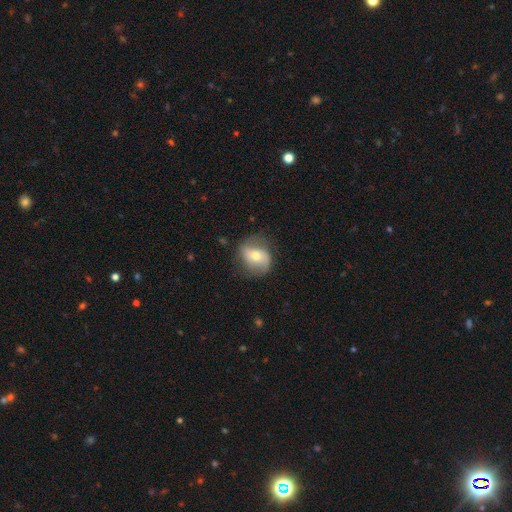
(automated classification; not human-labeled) A featured or disk galaxy (53%) with no bar (48%), spiral arms (79%) and a moderate central bulge (58%).

Vote fractions:
- Smooth or featured? featured or disk: 53% / smooth: 39% / star or artifact: 7%
- Edge-on disk? no: 95% / yes: 5%
- Bar? no: 48% / weak: 32% / strong: 19%
- Spiral arms? yes: 79% / no: 21%
- Bulge size? moderate: 58% / small: 35% / large: 5% / none: 1% / dominant: 1%
- Merging? none: 70% / minor disturbance: 20% / major disturbance: 9% / merger: 1%